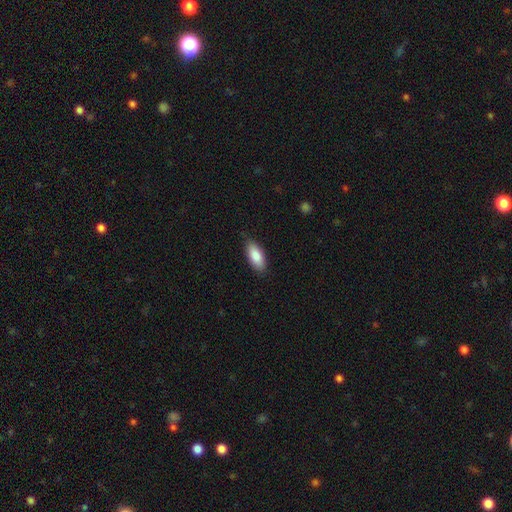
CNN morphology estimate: smooth_or_featured: smooth (p=0.86) [alt: featured or disk p=0.08]
how_rounded: in between (p=0.86) [alt: cigar-shaped p=0.12]
merging: none (p=0.84) [alt: minor disturbance p=0.13]